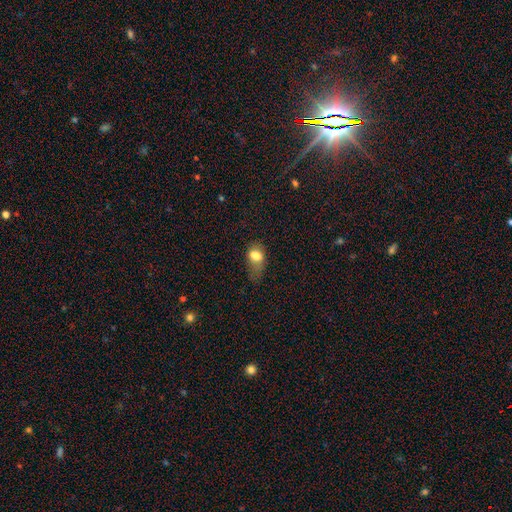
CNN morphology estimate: type=smooth (72%); roundness=in between (78%); merging=major disturbance (36%).